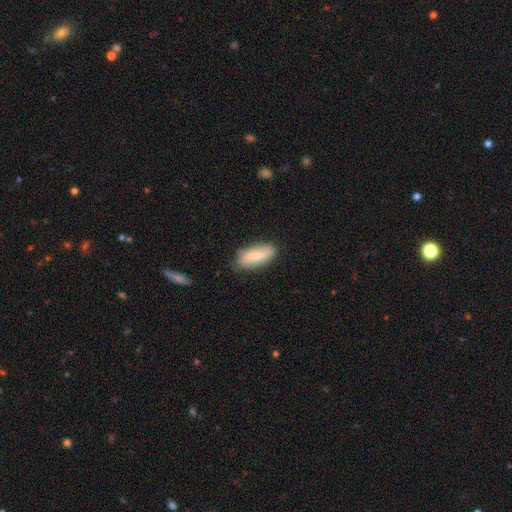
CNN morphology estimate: Smooth or featured? smooth (67%)
How rounded? in between (83%)
Merging? none (77%)